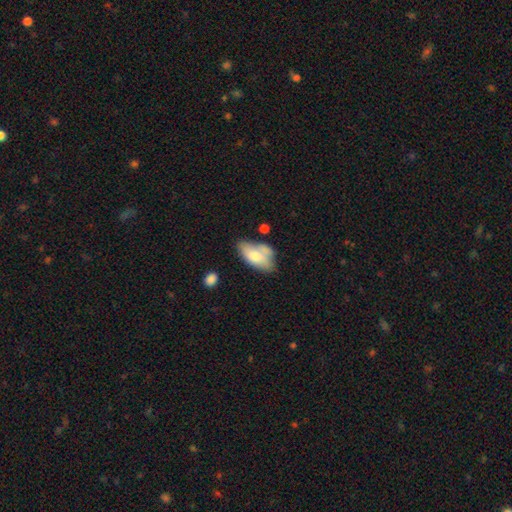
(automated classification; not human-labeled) Overall: smooth (67%). How rounded: in between (92%). Merging: none (39%; minor disturbance 32%).